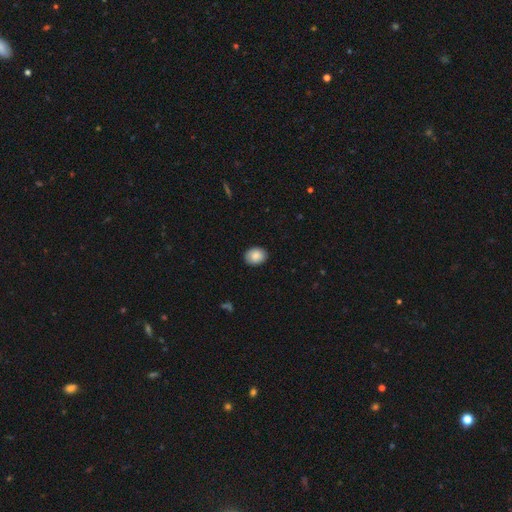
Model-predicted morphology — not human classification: Smooth or featured? smooth (88%)
How rounded? in between (54%)
Merging? none (89%)